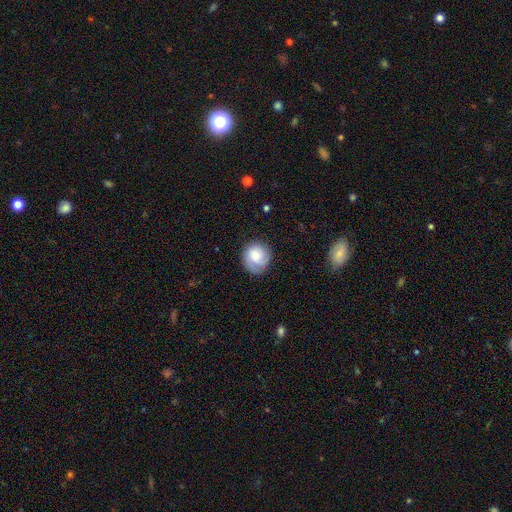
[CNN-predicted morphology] Overall: smooth (67%). How rounded: round (86%). Merging: none (76%).